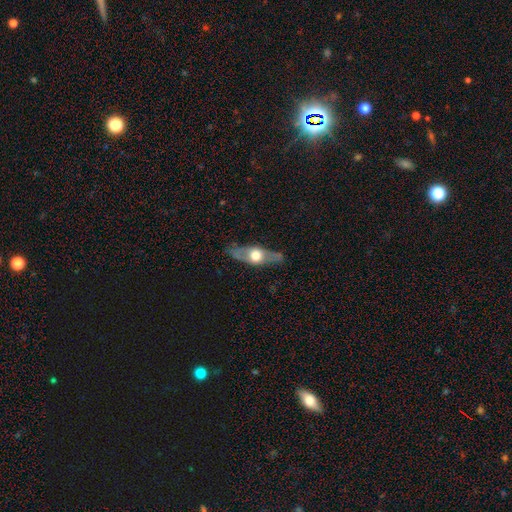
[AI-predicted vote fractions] Q: Smooth or featured?
A: featured or disk (62%); runner-up: smooth (33%)
Q: Edge-on disk?
A: yes (69%); runner-up: no (31%)
Q: Merging?
A: none (83%); runner-up: minor disturbance (12%)